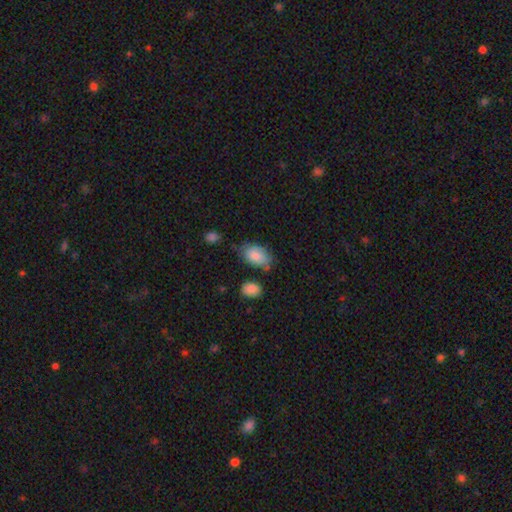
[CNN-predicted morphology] Smooth or featured? Predicted: smooth (p=0.83). How rounded? Predicted: in between (p=0.92). Merging? Predicted: none (p=0.56).